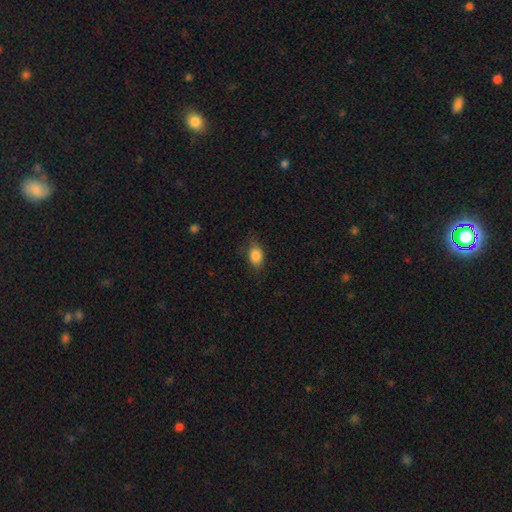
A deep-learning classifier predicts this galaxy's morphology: smooth_or_featured: smooth (p=0.86) [alt: star or artifact p=0.08]
how_rounded: in between (p=0.77) [alt: round p=0.20]
merging: none (p=0.73) [alt: minor disturbance p=0.21]